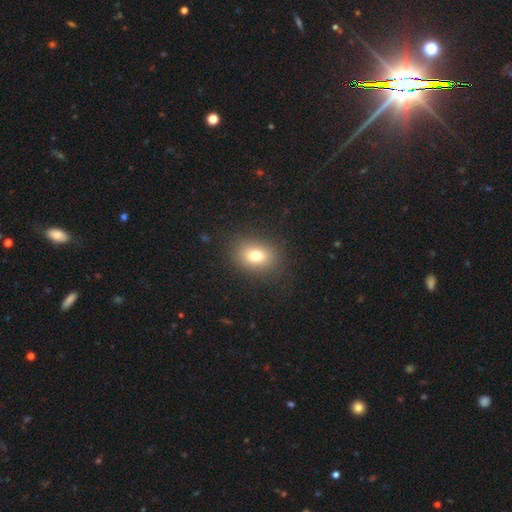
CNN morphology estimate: Smooth or featured? Predicted: smooth (p=0.77). How rounded? Predicted: in between (p=0.61). Merging? Predicted: none (p=0.86).